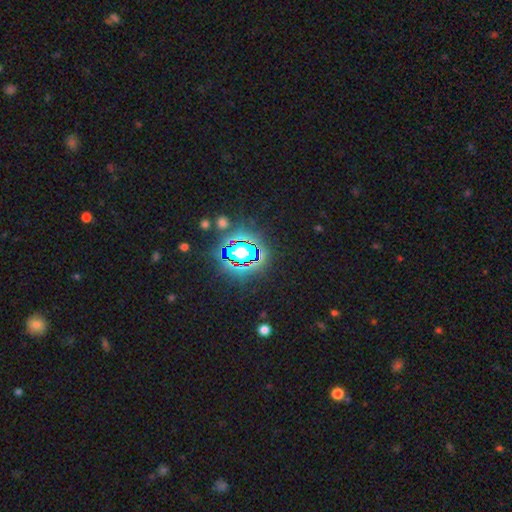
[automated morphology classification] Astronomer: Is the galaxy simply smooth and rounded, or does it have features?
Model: star or artifact — 73%.